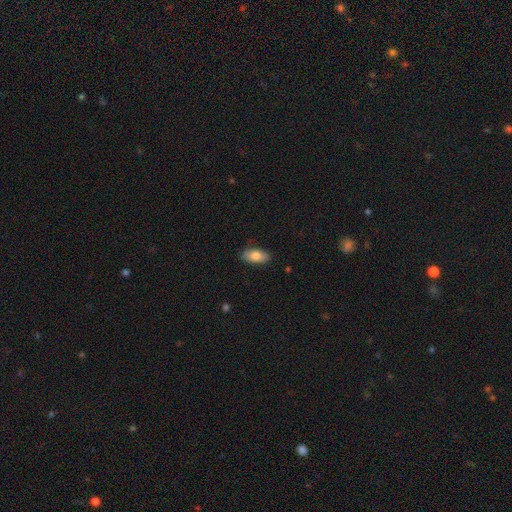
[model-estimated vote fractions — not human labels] Smooth or featured: smooth — 80% (featured or disk — 13%)
How rounded: in between — 91% (cigar-shaped — 6%)
Merging: none — 86% (minor disturbance — 11%)